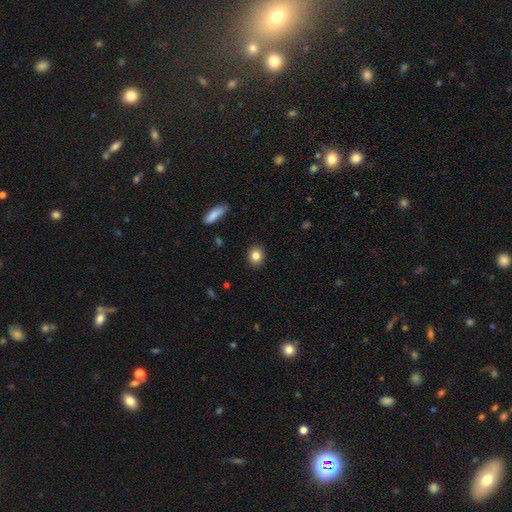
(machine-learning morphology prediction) Smooth or featured: smooth — 84% (star or artifact — 10%)
How rounded: round — 75% (in between — 24%)
Merging: none — 91% (minor disturbance — 6%)